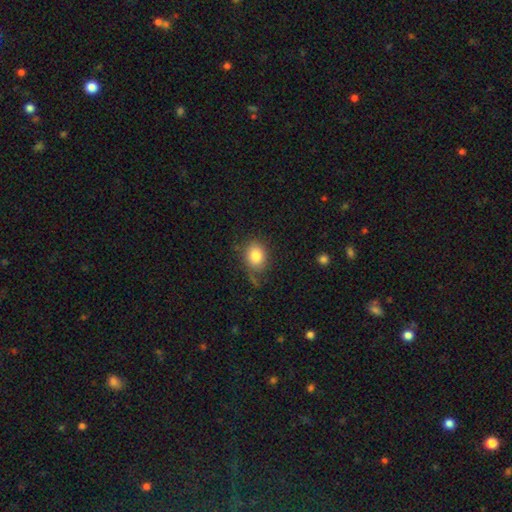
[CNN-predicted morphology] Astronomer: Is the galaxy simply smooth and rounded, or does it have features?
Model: smooth — 82%.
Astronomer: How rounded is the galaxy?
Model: in between — 51% (runner-up: round, 47%).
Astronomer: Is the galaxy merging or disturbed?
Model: none — 70%.